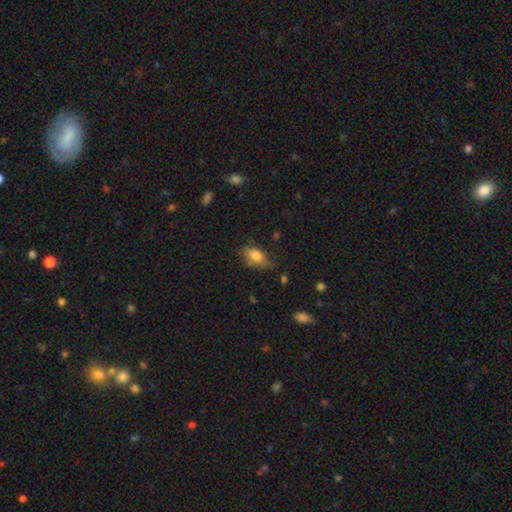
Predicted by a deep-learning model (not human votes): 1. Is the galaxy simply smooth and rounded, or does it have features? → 79% smooth, 13% featured or disk, 8% star or artifact.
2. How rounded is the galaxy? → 89% in between, 8% round, 4% cigar-shaped.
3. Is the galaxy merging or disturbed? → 50% none, 35% minor disturbance, 12% major disturbance, 3% merger.